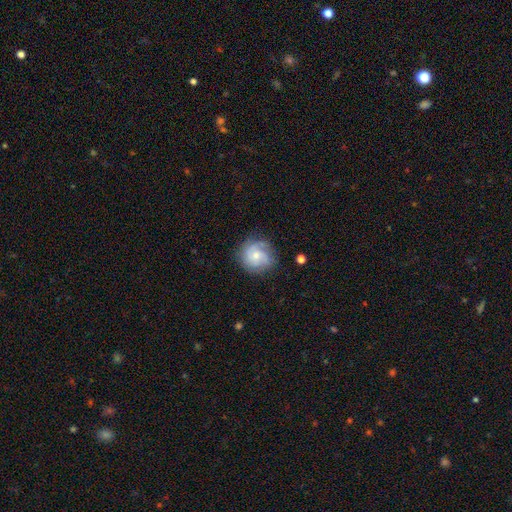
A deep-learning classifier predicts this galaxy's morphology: featured or disk 57%, smooth 35%, star or artifact 8%. Down the decision tree: edge-on disk — no (98%); bar — no (76%); spiral arms — yes (88%); bulge size — small (56%); merging — none (70%).